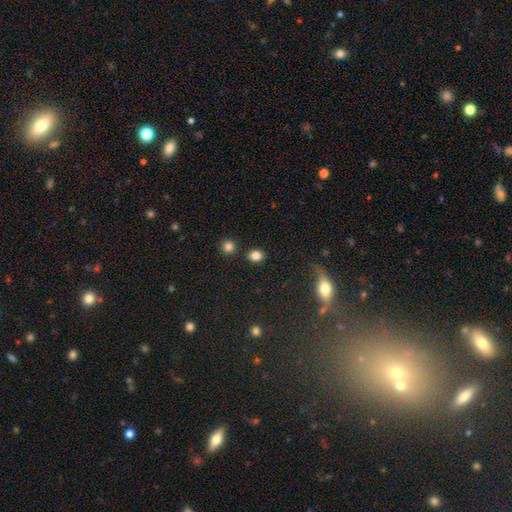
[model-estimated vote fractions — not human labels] Smooth or featured?
  - smooth: 83% *
  - star or artifact: 11%
  - featured or disk: 6%
How rounded?
  - round: 49% * (tied)
  - in between: 49% * (tied)
  - cigar-shaped: 1%
Merging?
  - none: 84% *
  - minor disturbance: 8%
  - merger: 5%
  - major disturbance: 3%